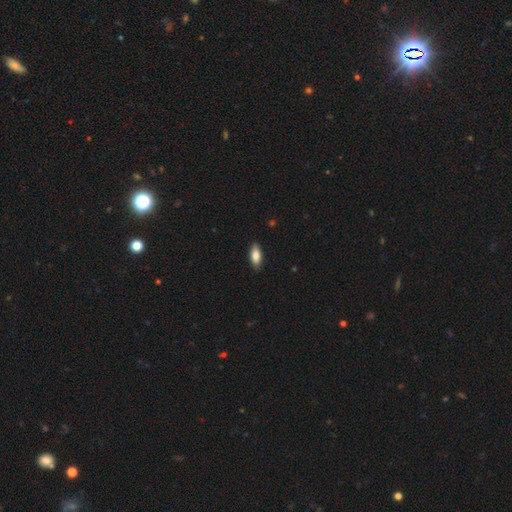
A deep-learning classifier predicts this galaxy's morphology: A smooth galaxy with no disk features (84%) that is in between round and cigar-shaped (85%).

Vote fractions:
- Smooth or featured? smooth: 84% / featured or disk: 10% / star or artifact: 6%
- How rounded? in between: 85% / cigar-shaped: 12% / round: 2%
- Merging? none: 88% / minor disturbance: 9% / major disturbance: 2% / merger: 1%